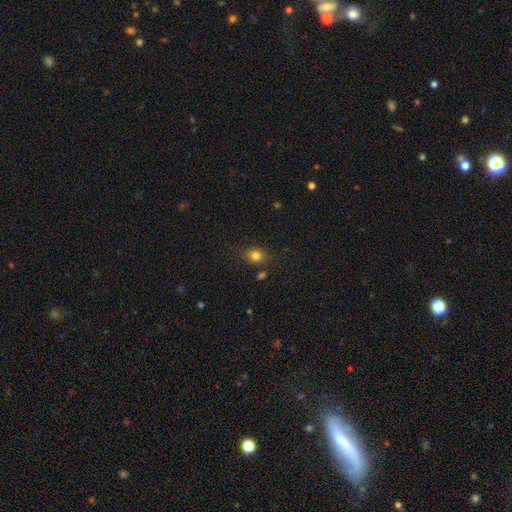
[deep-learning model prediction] Smooth or featured: smooth — 81% (star or artifact — 13%)
How rounded: round — 53% (in between — 46%)
Merging: none — 78% (minor disturbance — 14%)